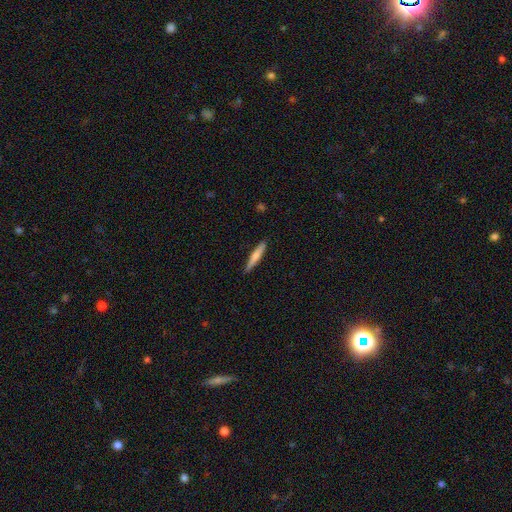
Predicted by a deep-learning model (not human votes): A smooth galaxy with no disk features (66%) that is cigar-shaped (93%). Merging: none (89%).